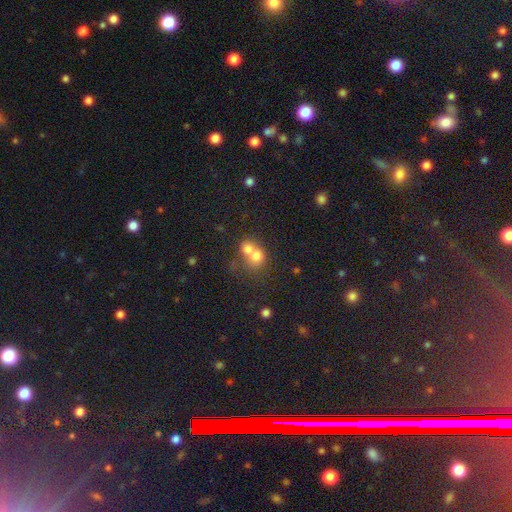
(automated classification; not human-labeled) Overall: smooth (71%). How rounded: round (70%). Merging: merger (71%).